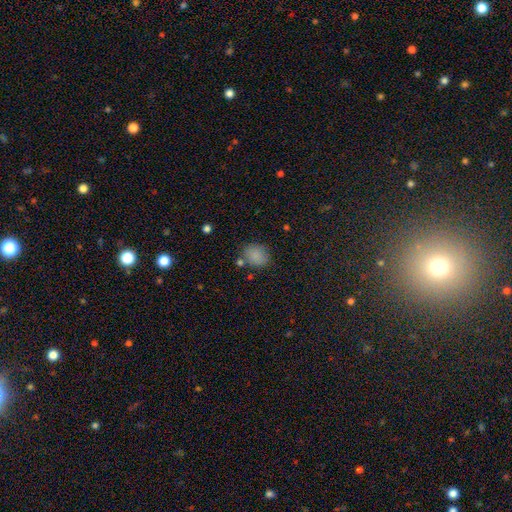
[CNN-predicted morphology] A smooth galaxy with no disk features (84%) that is round (59%).

Vote fractions:
- Smooth or featured? smooth: 84% / star or artifact: 11% / featured or disk: 5%
- How rounded? round: 59% / in between: 40% / cigar-shaped: 1%
- Merging? none: 72% / minor disturbance: 16% / merger: 8% / major disturbance: 5%